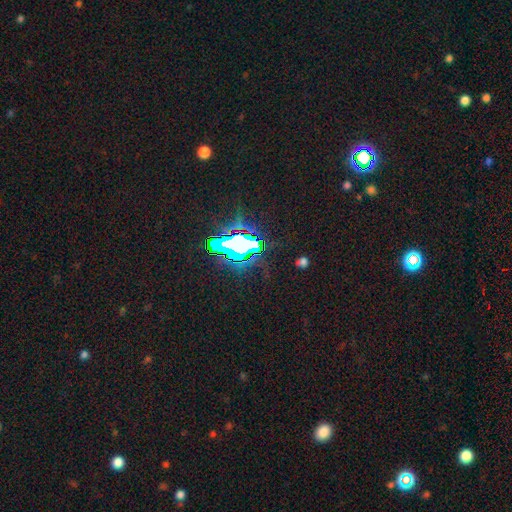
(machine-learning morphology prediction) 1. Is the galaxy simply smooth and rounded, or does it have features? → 84% star or artifact, 10% smooth, 7% featured or disk.